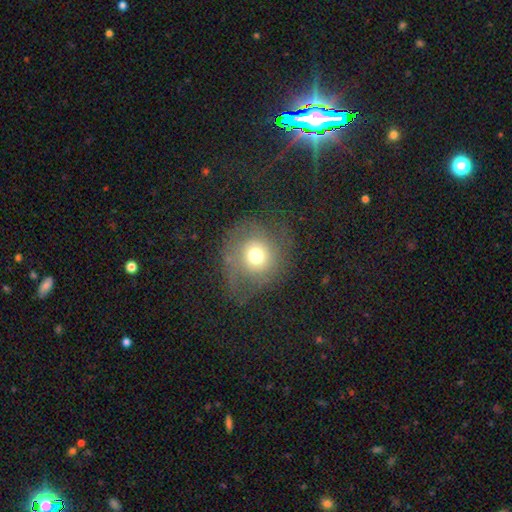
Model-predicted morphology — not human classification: smooth_or_featured: smooth (p=0.53) [alt: featured or disk p=0.33]
how_rounded: round (p=0.87) [alt: in between p=0.12]
merging: none (p=0.63) [alt: major disturbance p=0.18]